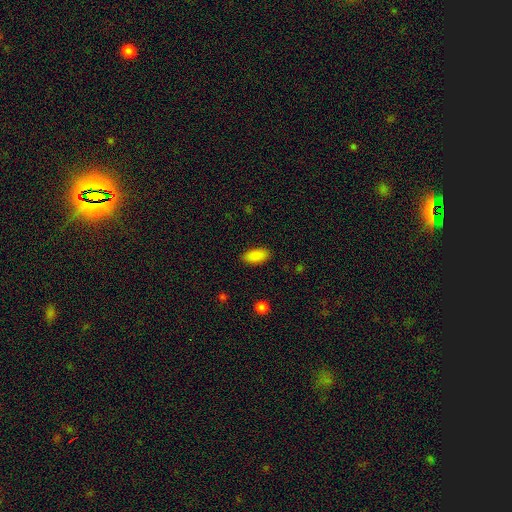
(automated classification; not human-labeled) Smooth or featured? Predicted: smooth (p=0.89). How rounded? Predicted: in between (p=0.91). Merging? Predicted: none (p=0.88).